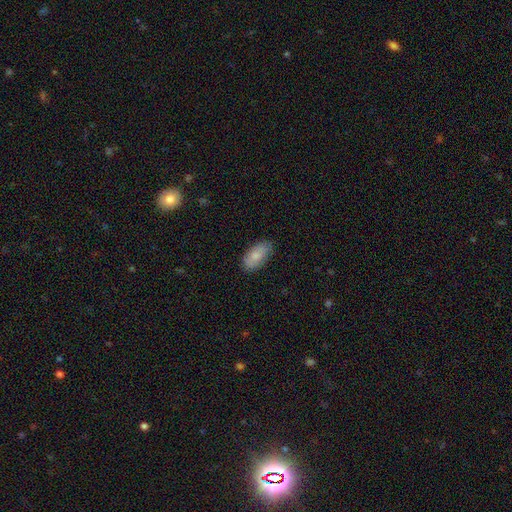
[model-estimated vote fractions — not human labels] Smooth or featured? Predicted: smooth (p=0.81). How rounded? Predicted: in between (p=0.93). Merging? Predicted: none (p=0.78).